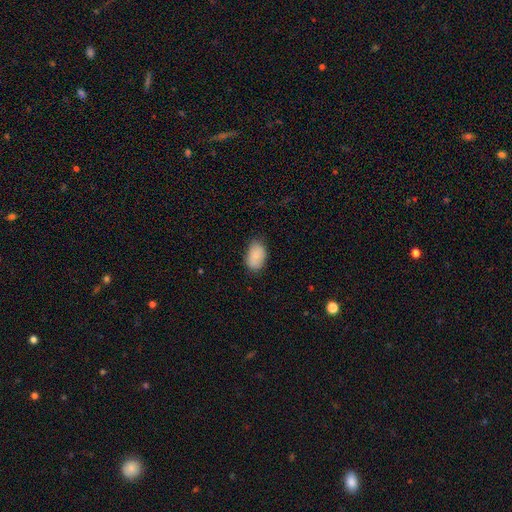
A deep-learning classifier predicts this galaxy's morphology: This appears to be a smooth galaxy with no disk features (86%) that is in between round and cigar-shaped (89%). Merging: none (71%).